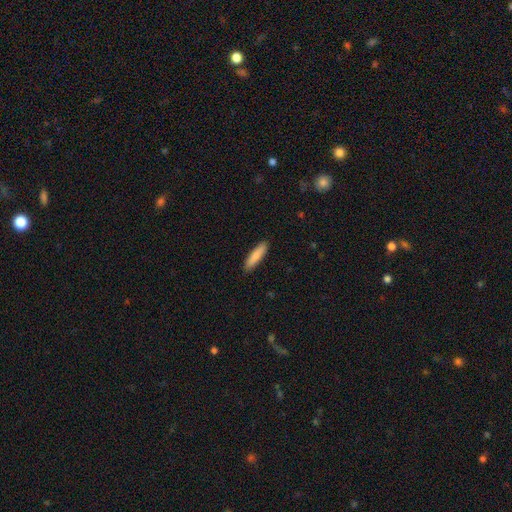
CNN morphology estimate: Smooth or featured?
  - smooth: 84% *
  - featured or disk: 11%
  - star or artifact: 5%
How rounded?
  - cigar-shaped: 79% *
  - in between: 20%
  - round: 1%
Merging?
  - none: 90% *
  - minor disturbance: 7%
  - major disturbance: 2%
  - merger: 1%